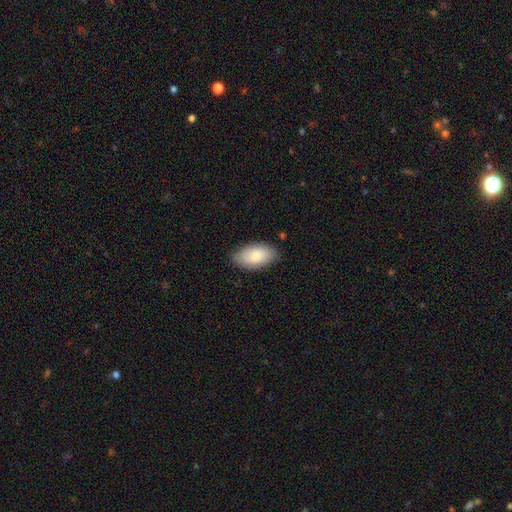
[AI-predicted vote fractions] smooth_or_featured: smooth (p=0.79) [alt: featured or disk p=0.15]
how_rounded: in between (p=0.94) [alt: round p=0.04]
merging: none (p=0.80) [alt: minor disturbance p=0.16]